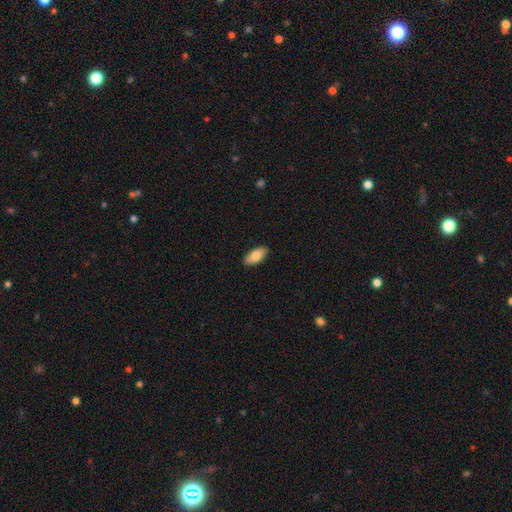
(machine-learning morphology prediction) smooth-or-featured: smooth: 83% | featured or disk: 11% | star or artifact: 6%
  how-rounded: in between: 91% | cigar-shaped: 7% | round: 2%
  merging: none: 89% | minor disturbance: 9% | major disturbance: 2% | merger: 1%